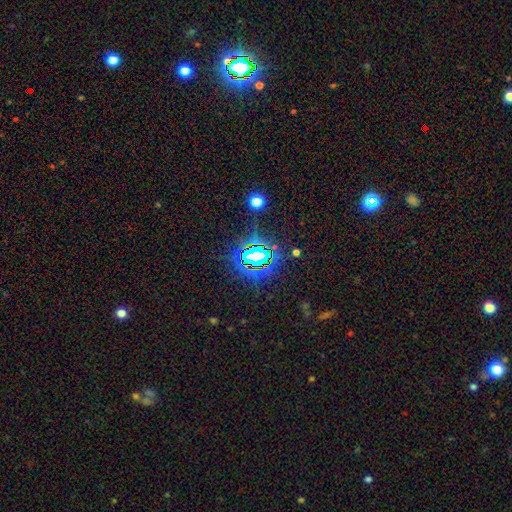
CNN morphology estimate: smooth_or_featured: star or artifact (p=0.75) [alt: smooth p=0.14]